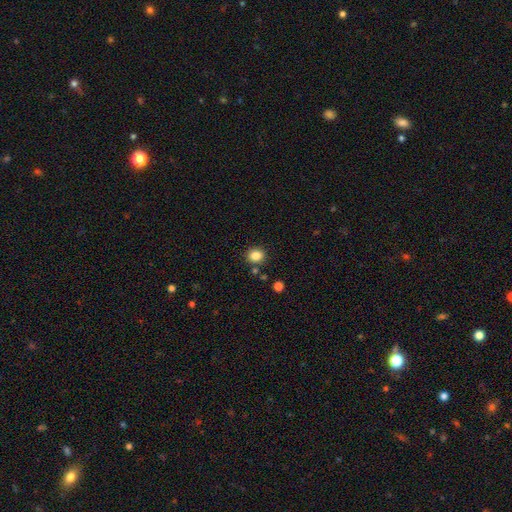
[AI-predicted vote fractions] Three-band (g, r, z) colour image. It shows a smooth galaxy with no disk features (85%) that is round (73%). Merging: none (85%).